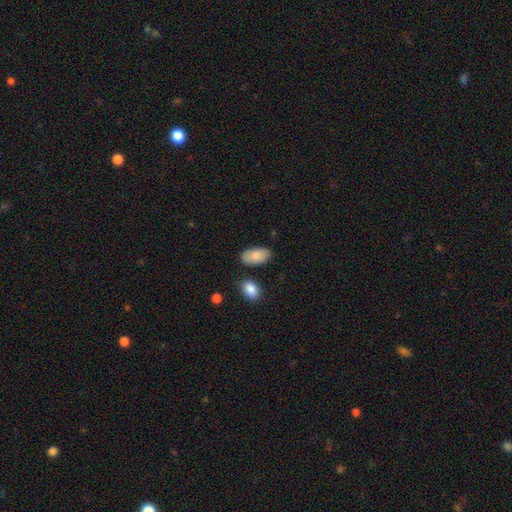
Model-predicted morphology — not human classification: The model was most divided on "merging": none: 79%, minor disturbance: 13%, merger: 5%, major disturbance: 3%. More confident: how rounded — in between (95%); smooth or featured — smooth (87%).